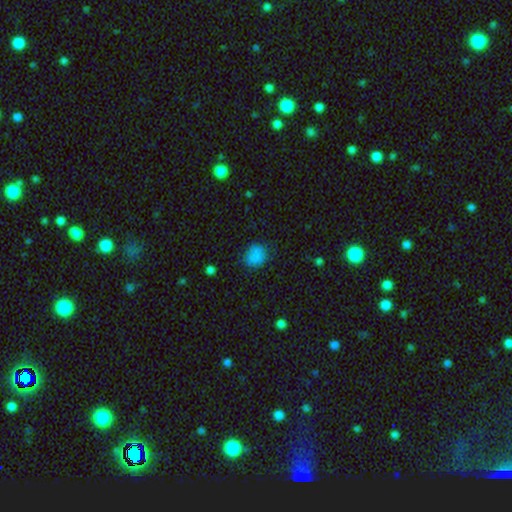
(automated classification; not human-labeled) smooth-or-featured: smooth: 83% | star or artifact: 11% | featured or disk: 5%
  how-rounded: round: 63% | in between: 36% | cigar-shaped: 1%
  merging: none: 75% | minor disturbance: 19% | major disturbance: 5% | merger: 1%